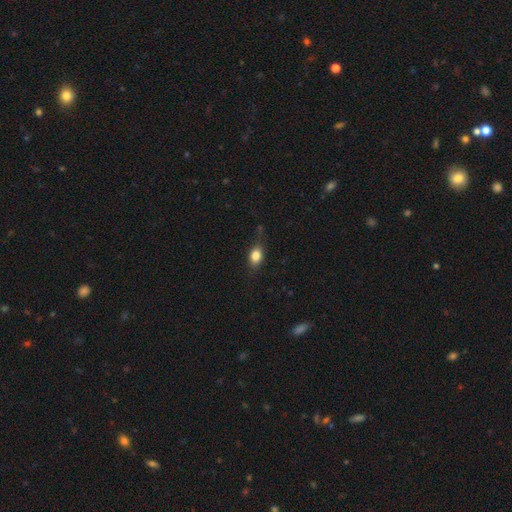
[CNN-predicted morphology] smooth 80%, featured or disk 10%, star or artifact 9%. Down the decision tree: how rounded — in between (69%); merging — none (69%).